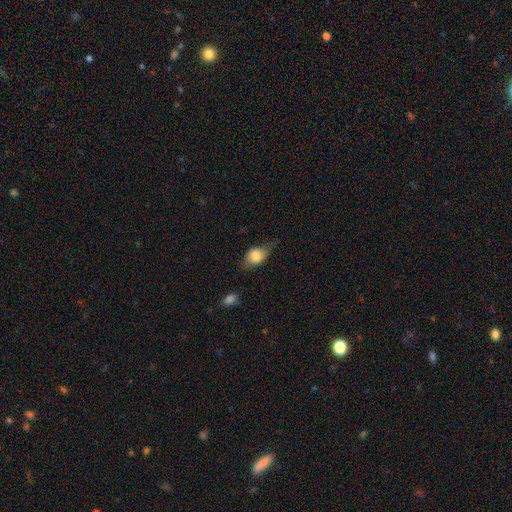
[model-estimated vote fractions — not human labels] A smooth galaxy with no disk features (76%) that is in between round and cigar-shaped (74%).

Vote fractions:
- Smooth or featured? smooth: 76% / featured or disk: 16% / star or artifact: 8%
- How rounded? in between: 74% / round: 23% / cigar-shaped: 3%
- Merging? none: 55% / minor disturbance: 32% / major disturbance: 11% / merger: 2%